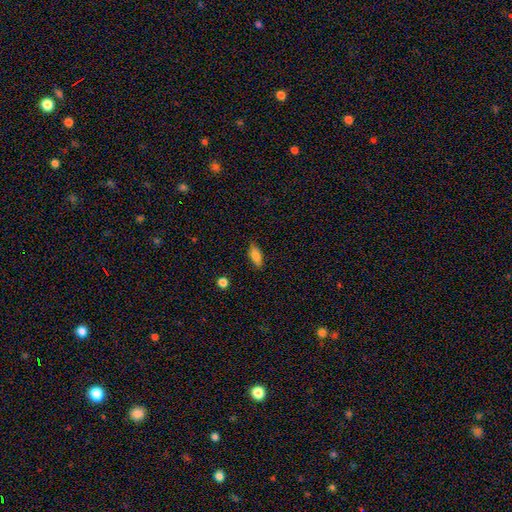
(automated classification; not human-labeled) A smooth galaxy with no disk features (83%) that is in between round and cigar-shaped (79%).

Vote fractions:
- Smooth or featured? smooth: 83% / featured or disk: 9% / star or artifact: 8%
- How rounded? in between: 79% / cigar-shaped: 18% / round: 3%
- Merging? none: 84% / minor disturbance: 12% / major disturbance: 3% / merger: 1%